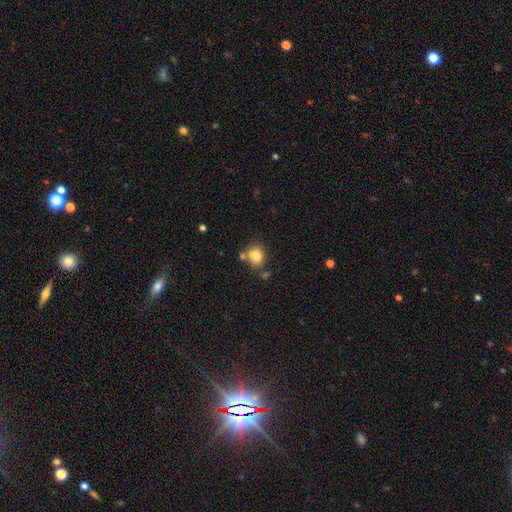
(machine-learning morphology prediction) This appears to be a smooth galaxy with no disk features (78%) that is round (70%). Merging: none (56%).